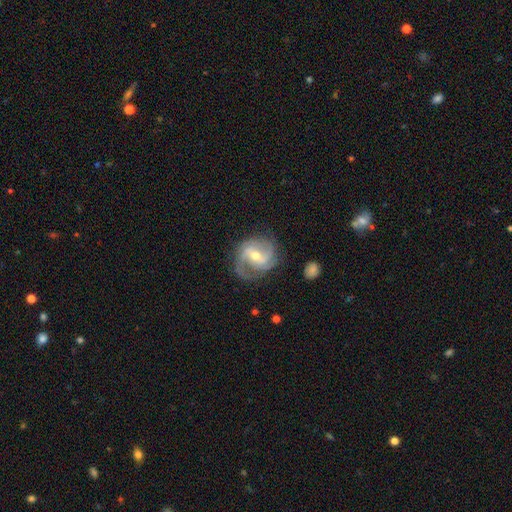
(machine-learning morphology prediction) Q: Smooth or featured?
A: featured or disk (86%); runner-up: smooth (9%)
Q: Edge-on disk?
A: no (97%); runner-up: yes (3%)
Q: Bar?
A: weak (48%); runner-up: no (27%)
Q: Spiral arms?
A: yes (96%); runner-up: no (4%)
Q: Spiral winding?
A: medium (48%); runner-up: tight (31%)
Q: Spiral arm count?
A: 2 (50%); runner-up: 3 (25%)
Q: Bulge size?
A: moderate (56%); runner-up: small (41%)
Q: Merging?
A: none (69%); runner-up: minor disturbance (19%)